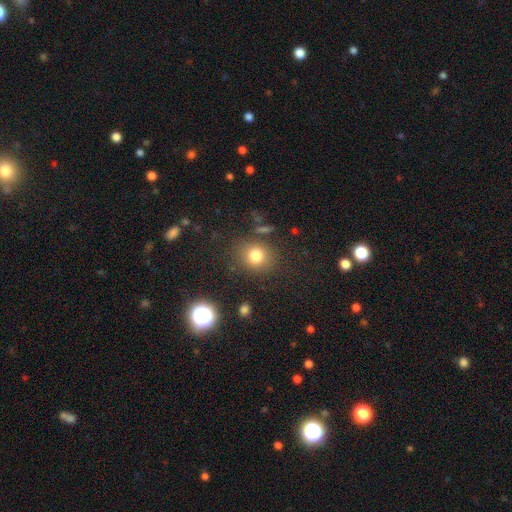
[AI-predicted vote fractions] smooth 78%, star or artifact 14%, featured or disk 8%. Down the decision tree: how rounded — round (77%); merging — none (81%).